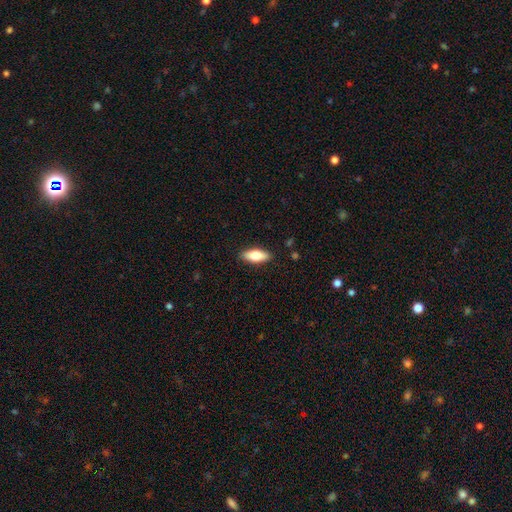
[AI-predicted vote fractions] This is likely a smooth galaxy (72%). How rounded: clearly in between (80%). Merging: clearly none (88%).